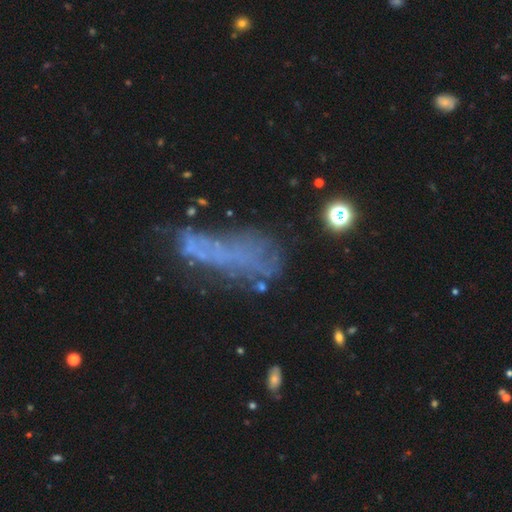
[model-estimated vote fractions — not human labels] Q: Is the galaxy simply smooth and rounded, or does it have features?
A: featured or disk — 42%.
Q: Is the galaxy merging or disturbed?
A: none — 35%.